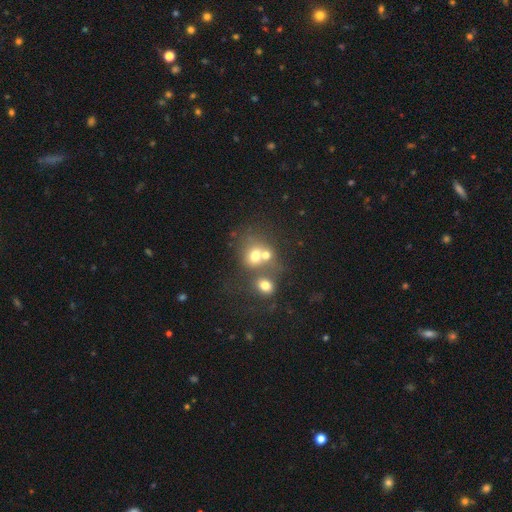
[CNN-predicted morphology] smooth_or_featured: smooth (p=0.66) [alt: featured or disk p=0.18]
how_rounded: round (p=0.70) [alt: in between p=0.29]
merging: merger (p=0.55) [alt: none p=0.32]